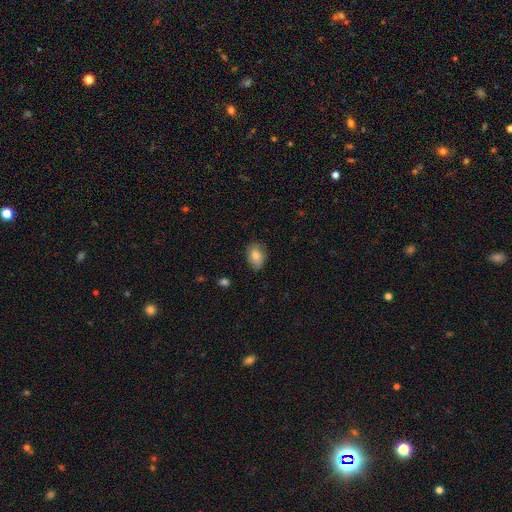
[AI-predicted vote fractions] This is likely a smooth galaxy (77%). How rounded: likely in between (76%). Merging: likely none (75%).